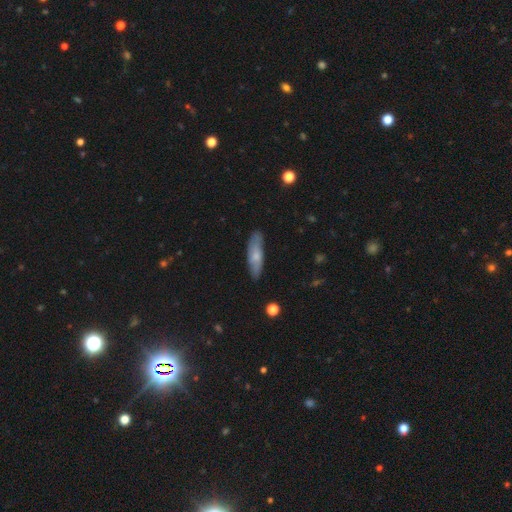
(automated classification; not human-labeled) Overall: smooth (64%; featured or disk 30%). How rounded: cigar-shaped (58%; in between 40%). Merging: none (84%).